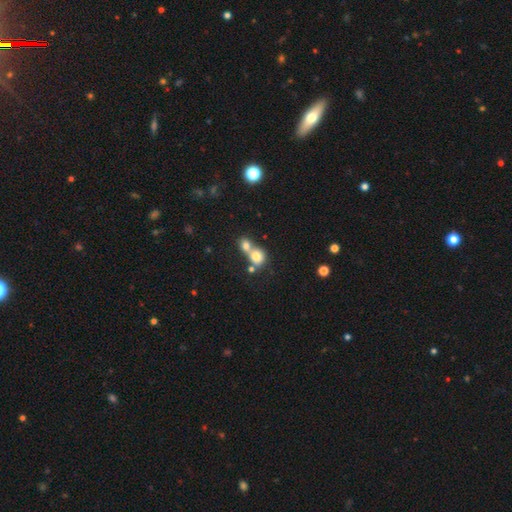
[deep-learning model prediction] Q: Smooth or featured?
A: smooth (75%); runner-up: featured or disk (14%)
Q: How rounded?
A: round (75%); runner-up: in between (24%)
Q: Merging?
A: merger (67%); runner-up: none (24%)